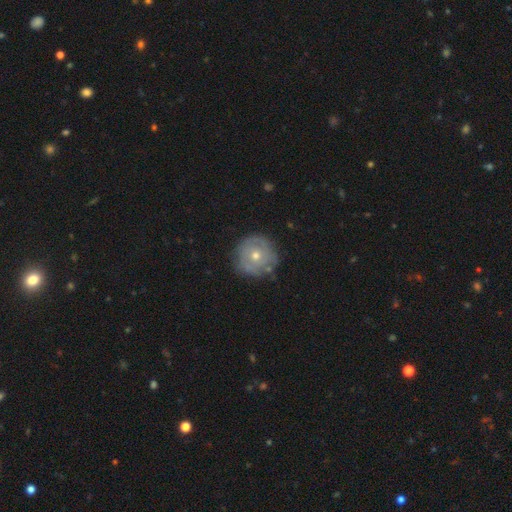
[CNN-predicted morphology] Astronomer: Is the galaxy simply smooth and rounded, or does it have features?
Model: featured or disk — 52% (runner-up: smooth, 41%).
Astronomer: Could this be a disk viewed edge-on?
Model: no — 96%.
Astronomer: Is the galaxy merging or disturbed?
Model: none — 79%.